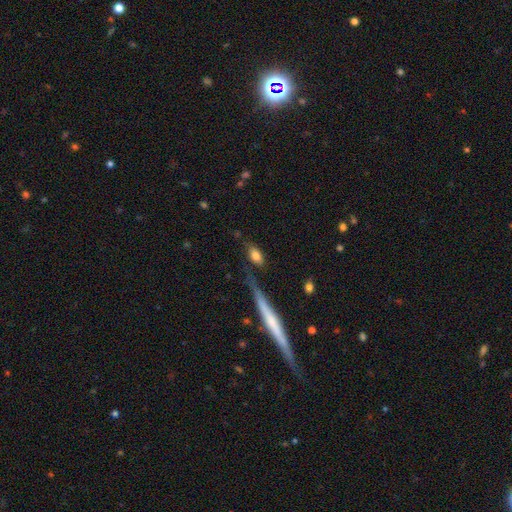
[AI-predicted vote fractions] A smooth galaxy with no disk features (78%) that is in between round and cigar-shaped (81%). Merging: none (65%).